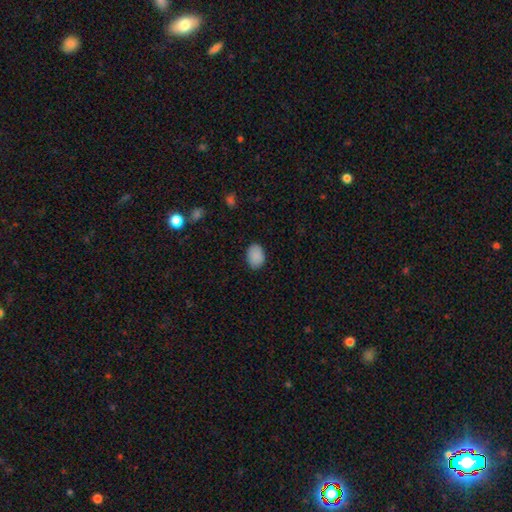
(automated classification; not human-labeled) A smooth galaxy with no disk features (89%) that is in between round and cigar-shaped (76%). Merging: none (86%).